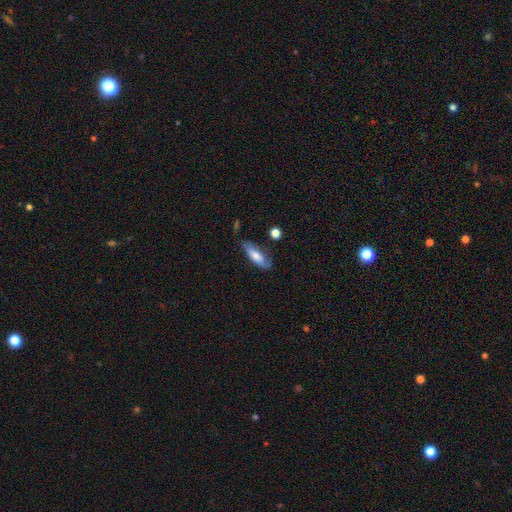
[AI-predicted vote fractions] A smooth galaxy with no disk features (64%) that is in between round and cigar-shaped (59%). Merging: none (65%).